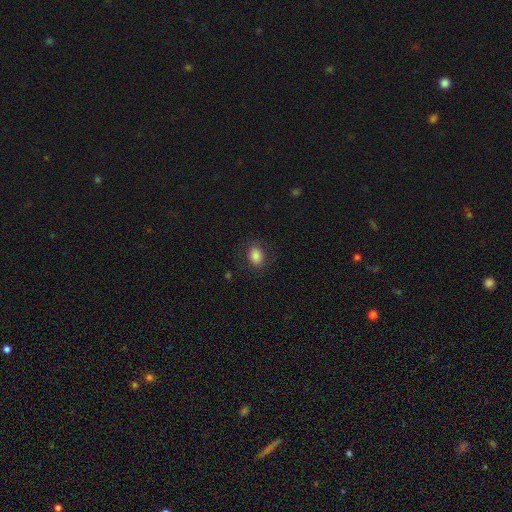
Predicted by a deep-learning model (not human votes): Smooth or featured? Predicted: smooth (p=0.83). How rounded? Predicted: in between (p=0.59). Merging? Predicted: none (p=0.82).